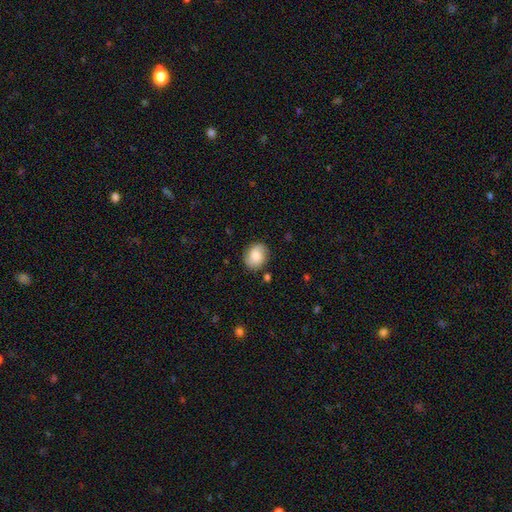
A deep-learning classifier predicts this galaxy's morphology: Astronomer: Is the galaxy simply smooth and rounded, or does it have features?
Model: smooth — 75%.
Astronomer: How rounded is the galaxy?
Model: round — 56% (runner-up: in between, 43%).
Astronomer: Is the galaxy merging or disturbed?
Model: none — 80%.